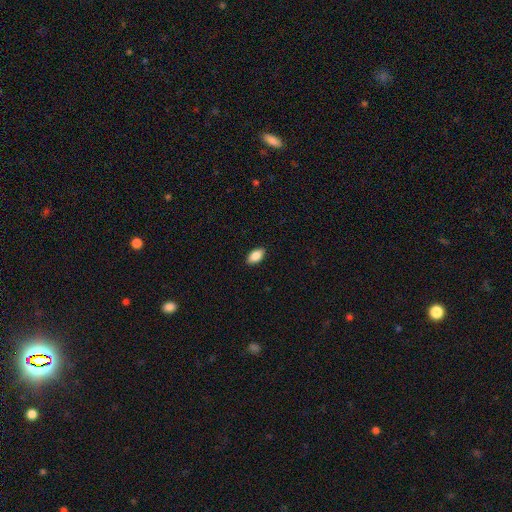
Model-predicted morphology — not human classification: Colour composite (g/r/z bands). It shows a smooth galaxy with no disk features (87%) that is in between round and cigar-shaped (93%). Merging: none (89%).